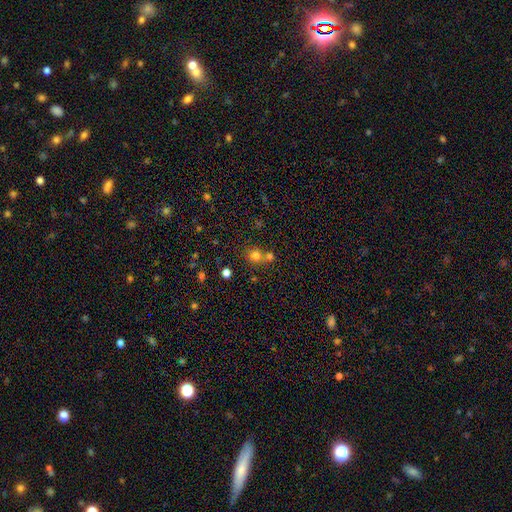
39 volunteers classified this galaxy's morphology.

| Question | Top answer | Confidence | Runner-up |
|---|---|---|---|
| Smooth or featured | smooth | 85% | star or artifact (10%) |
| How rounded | round | 79% | in between (18%) |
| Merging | merger | 46% | none (34%) |